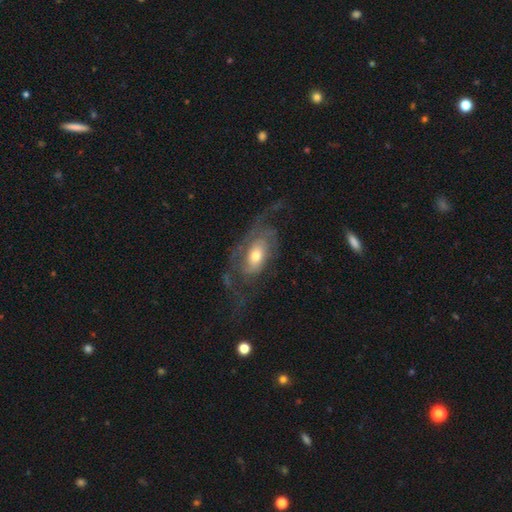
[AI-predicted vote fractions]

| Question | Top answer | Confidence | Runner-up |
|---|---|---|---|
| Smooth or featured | featured or disk | 71% | smooth (22%) |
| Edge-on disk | no | 93% | yes (7%) |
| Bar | no | 71% | weak (23%) |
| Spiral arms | yes | 80% | no (20%) |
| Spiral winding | loose | 40% | medium (37%) |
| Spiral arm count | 2 | 46% | can't tell (25%) |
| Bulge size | moderate | 65% | small (21%) |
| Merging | none | 46% | major disturbance (35%) |